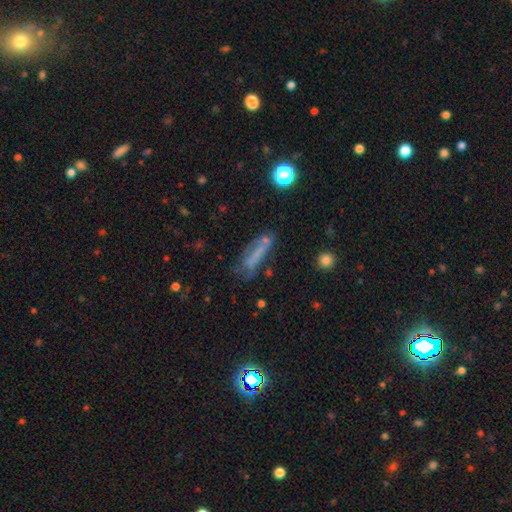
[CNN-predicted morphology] Smooth or featured: smooth — 49% (featured or disk — 35%)
Merging: none — 46% (minor disturbance — 25%)